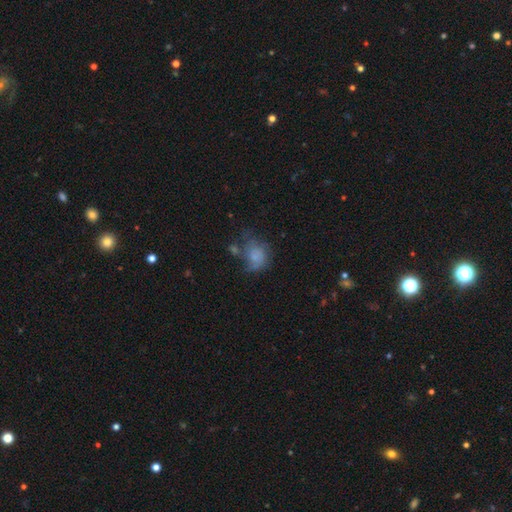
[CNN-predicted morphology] A smooth galaxy with no disk features (64%) that is round (58%).

Vote fractions:
- Smooth or featured? smooth: 64% / featured or disk: 25% / star or artifact: 11%
- How rounded? round: 58% / in between: 40% / cigar-shaped: 1%
- Merging? none: 34% / major disturbance: 26% / minor disturbance: 26% / merger: 13%